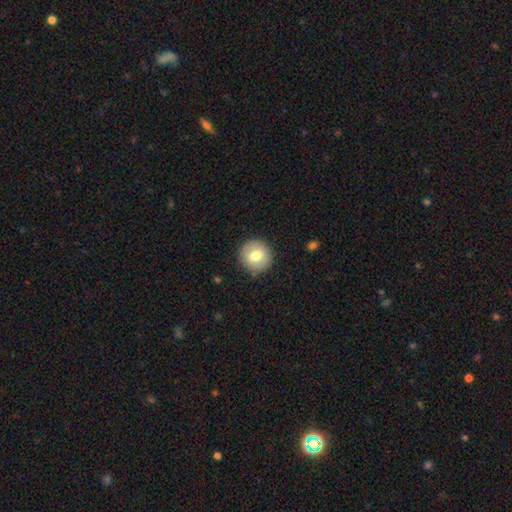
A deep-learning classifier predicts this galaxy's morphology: A smooth galaxy with no disk features (73%) that is round (93%). Merging: none (87%).